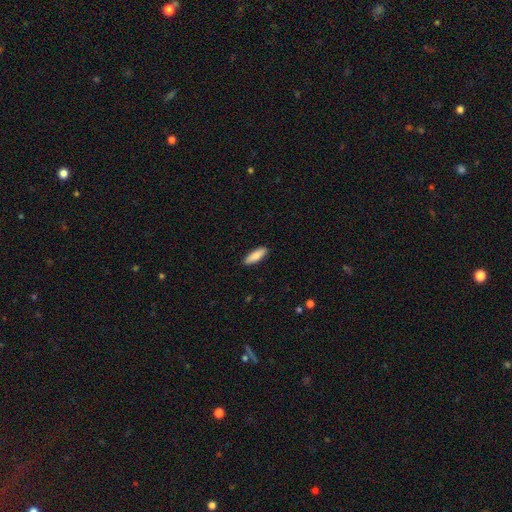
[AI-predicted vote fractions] A smooth galaxy with no disk features (85%) that is in between round and cigar-shaped (50%). Merging: none (90%).